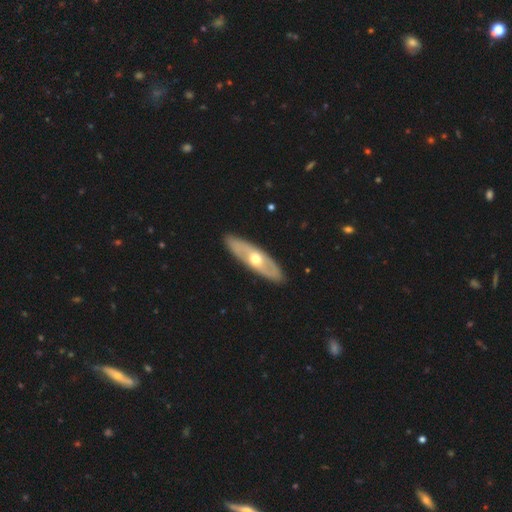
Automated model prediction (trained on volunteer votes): This appears to be a featured or disk galaxy (64%). Merging: none (89%).